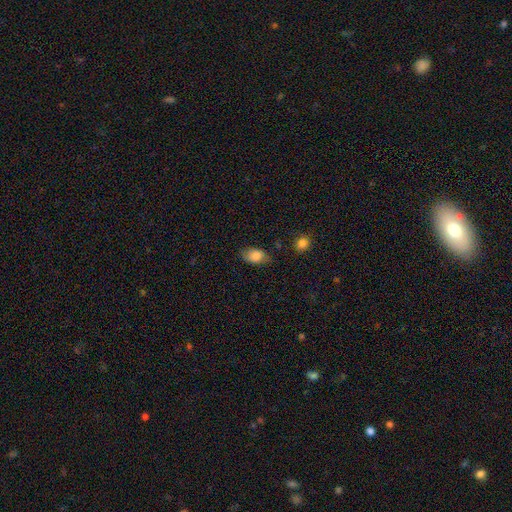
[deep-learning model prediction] The model was most divided on "merging": none: 69%, minor disturbance: 23%, major disturbance: 5%, merger: 2%. More confident: how rounded — in between (87%); smooth or featured — smooth (81%).